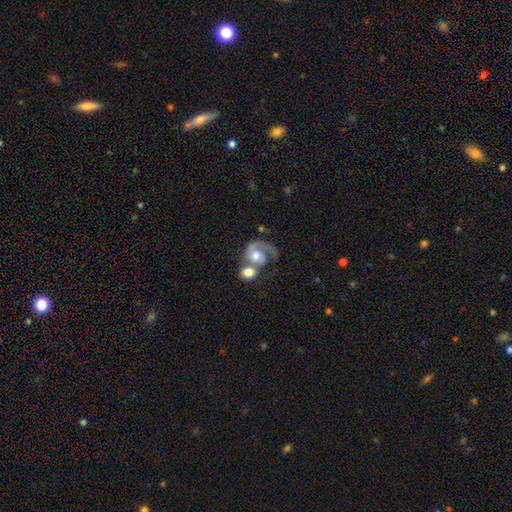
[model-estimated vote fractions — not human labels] A featured or disk galaxy (69%) with no bar (75%), 1 (73%) tight (37%) spiral arms (86%) and a moderate central bulge (61%).

Vote fractions:
- Smooth or featured? featured or disk: 69% / smooth: 25% / star or artifact: 6%
- Edge-on disk? no: 98% / yes: 2%
- Bar? no: 75% / weak: 21% / strong: 4%
- Spiral arms? yes: 86% / no: 14%
- Spiral winding? tight: 37% / medium: 35% / loose: 28%
- Spiral arm count? 1: 73% / 2: 18% / can't tell: 6% / 3: 1% / more than 4: 1% / 4: 1%
- Bulge size? moderate: 61% / large: 19% / small: 14% / none: 4% / dominant: 3%
- Merging? merger: 51% / none: 21% / major disturbance: 18% / minor disturbance: 10%